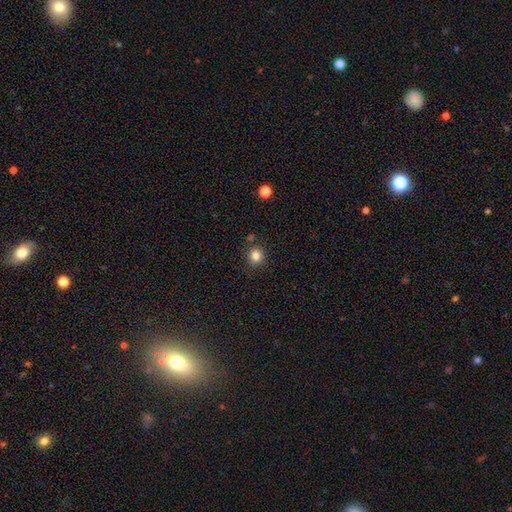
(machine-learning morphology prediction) Smooth or featured?
  - smooth: 84% *
  - star or artifact: 12%
  - featured or disk: 5%
How rounded?
  - round: 87% *
  - in between: 12%
  - cigar-shaped: 1%
Merging?
  - none: 85% *
  - minor disturbance: 8%
  - merger: 4%
  - major disturbance: 3%